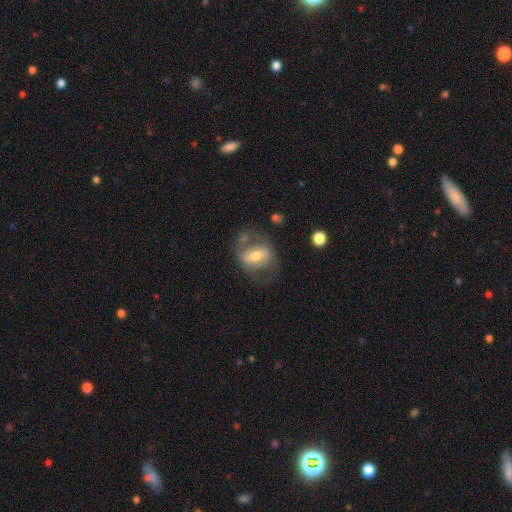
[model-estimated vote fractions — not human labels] Overall: featured or disk (51%; smooth 41%). Edge-on disk: no (92%). Merging: none (52%; minor disturbance 21%).